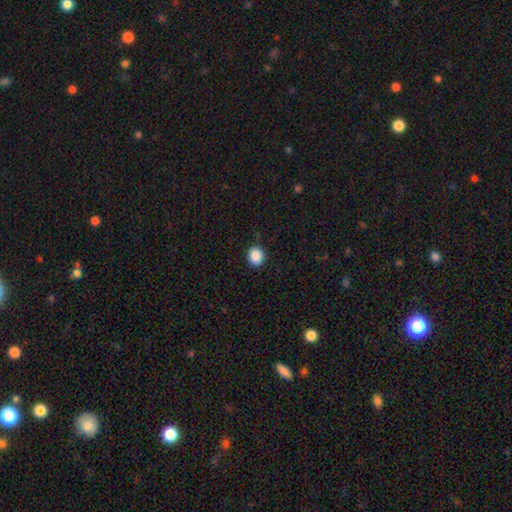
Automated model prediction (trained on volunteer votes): This is clearly a smooth galaxy (89%). How rounded: likely round (72%). Merging: clearly none (88%).